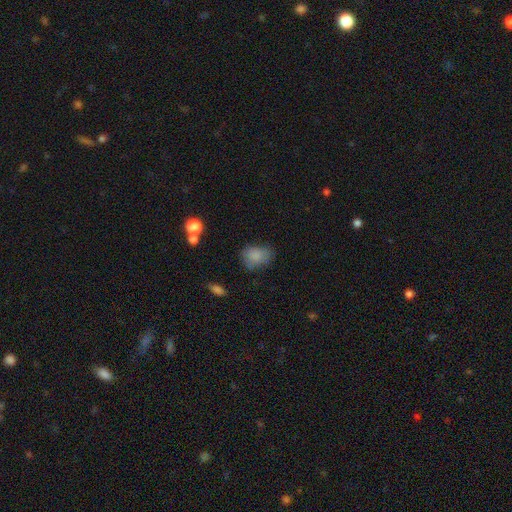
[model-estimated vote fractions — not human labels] Smooth or featured?
  - smooth: 82% *
  - star or artifact: 10%
  - featured or disk: 8%
How rounded?
  - in between: 72% *
  - round: 26%
  - cigar-shaped: 1%
Merging?
  - none: 59% *
  - minor disturbance: 28%
  - major disturbance: 10%
  - merger: 3%